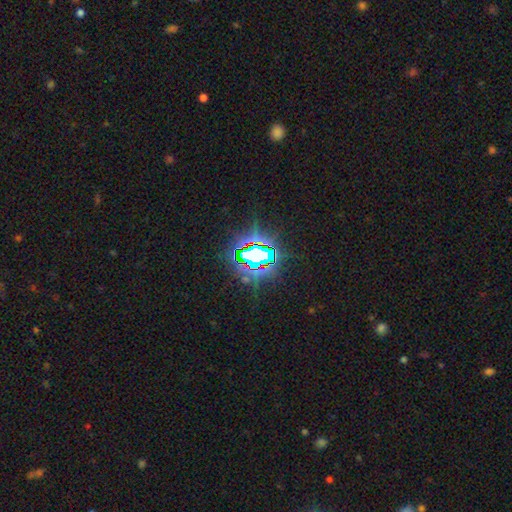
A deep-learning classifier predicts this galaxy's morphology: A star or artifact, not a galaxy (78%).

Vote fractions:
- Smooth or featured? star or artifact: 78% / smooth: 12% / featured or disk: 11%